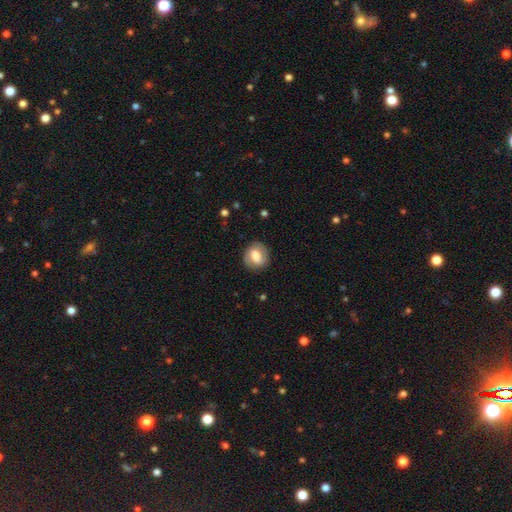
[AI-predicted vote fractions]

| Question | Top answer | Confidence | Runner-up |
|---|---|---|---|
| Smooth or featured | smooth | 56% | featured or disk (37%) |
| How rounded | round | 63% | in between (35%) |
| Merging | none | 81% | minor disturbance (13%) |